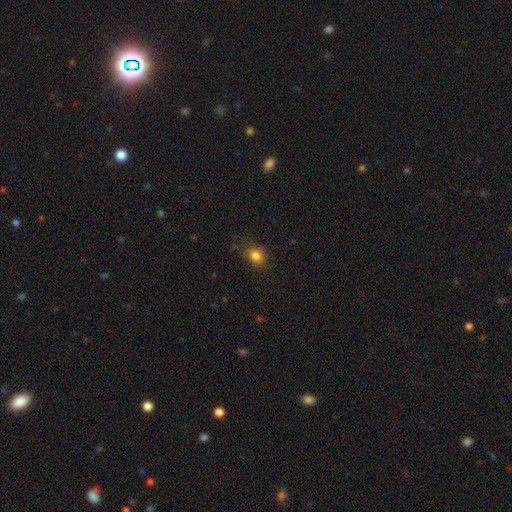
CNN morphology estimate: The model was most divided on "how rounded": round: 63%, in between: 36%, cigar-shaped: 1%. More confident: smooth or featured — smooth (82%); merging — none (81%).